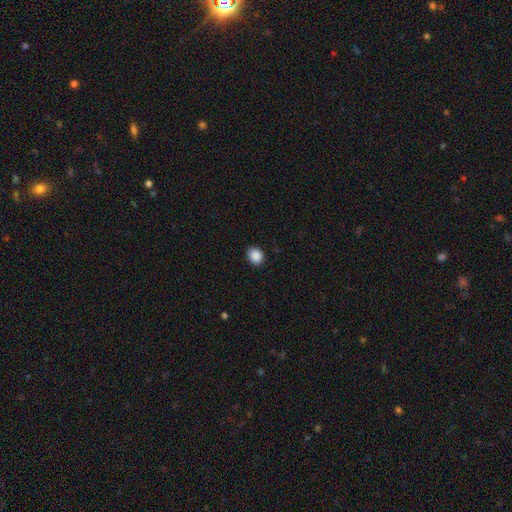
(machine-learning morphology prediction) Smooth or featured: smooth — 89% (star or artifact — 9%)
How rounded: round — 59% (in between — 40%)
Merging: none — 90% (minor disturbance — 7%)